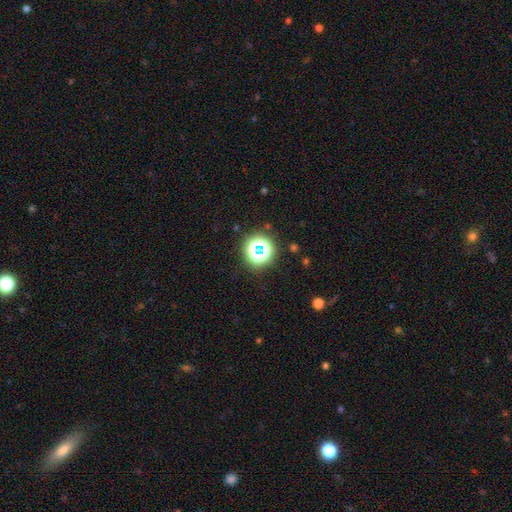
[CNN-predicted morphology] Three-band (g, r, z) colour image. It shows a star or artifact, not a galaxy (60%).